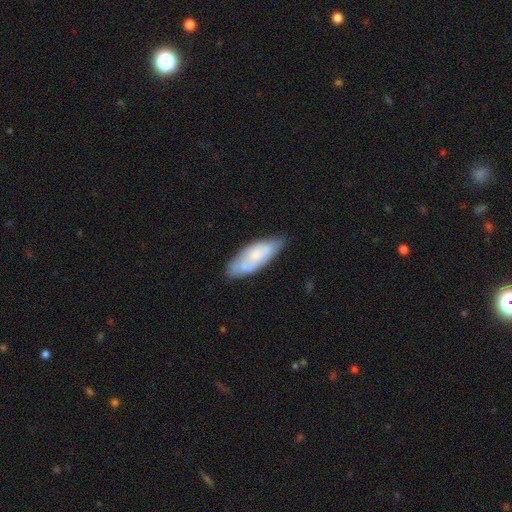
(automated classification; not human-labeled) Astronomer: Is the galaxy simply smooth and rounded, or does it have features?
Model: smooth — 59% (runner-up: featured or disk, 35%).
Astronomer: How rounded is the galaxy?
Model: in between — 73%.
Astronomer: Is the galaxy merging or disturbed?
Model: none — 63%.